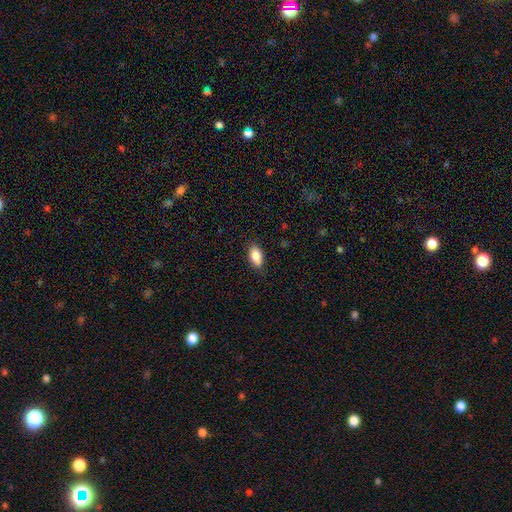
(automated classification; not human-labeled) Morphology: type=smooth (86%); roundness=in between (91%); merging=none (85%).